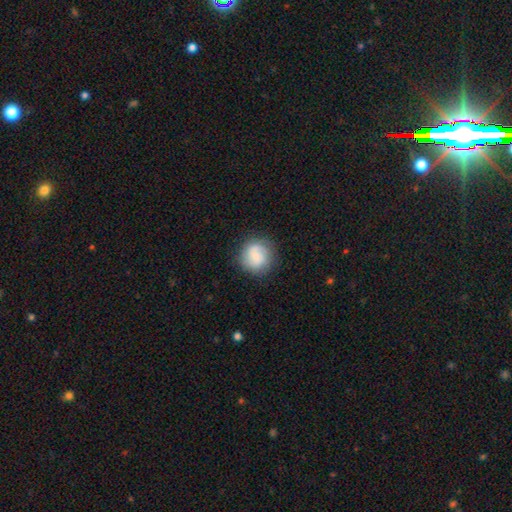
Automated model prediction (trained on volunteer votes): Smooth or featured? Predicted: smooth (p=0.60). How rounded? Predicted: round (p=0.89). Merging? Predicted: none (p=0.82).